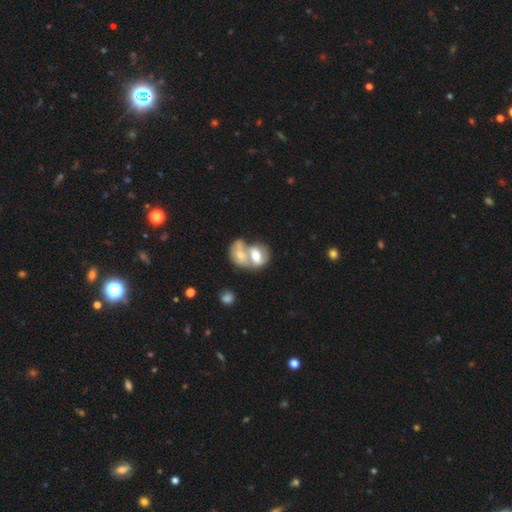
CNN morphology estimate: A smooth galaxy with no disk features (53%) that is in between round and cigar-shaped (70%).

Vote fractions:
- Smooth or featured? smooth: 53% / featured or disk: 40% / star or artifact: 7%
- How rounded? in between: 70% / round: 29% / cigar-shaped: 2%
- Merging? merger: 76% / none: 13% / minor disturbance: 6% / major disturbance: 5%